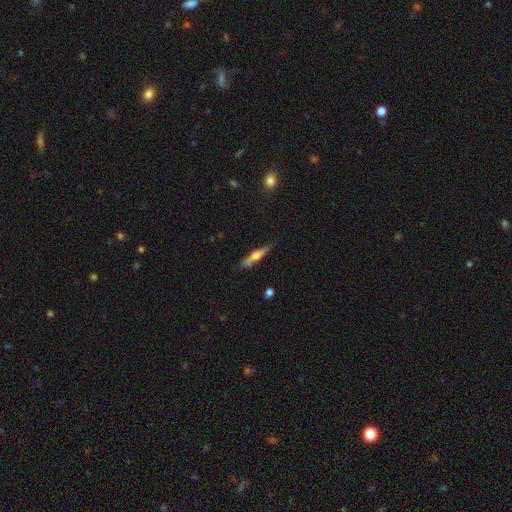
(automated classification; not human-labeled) Overall: smooth (48%; featured or disk 46%). Merging: none (79%).